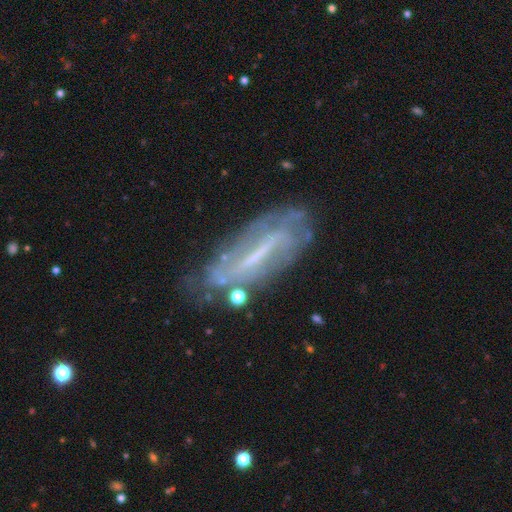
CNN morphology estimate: Smooth or featured?
  - featured or disk: 75% *
  - smooth: 17%
  - star or artifact: 8%
Edge-on disk?
  - no: 77% *
  - yes: 23%
Bar?
  - strong: 56% *
  - weak: 29%
  - no: 15%
Spiral arms?
  - yes: 68% *
  - no: 32%
Bulge size?
  - small: 41% *
  - none: 34%
  - moderate: 21%
  - large: 3%
  - dominant: 1%
Merging?
  - none: 64% *
  - minor disturbance: 22%
  - major disturbance: 10%
  - merger: 4%